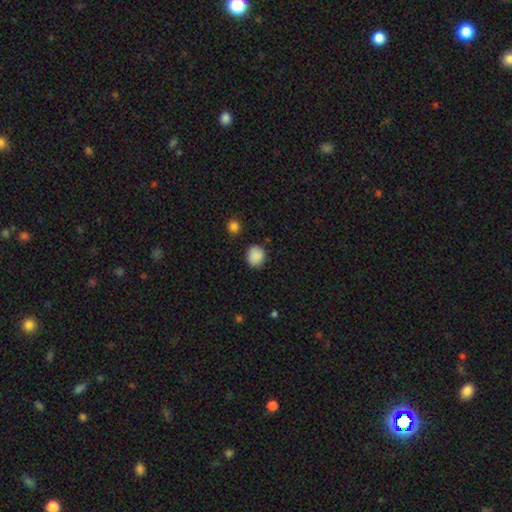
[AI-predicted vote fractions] A smooth galaxy with no disk features (88%) that is round (79%).

Vote fractions:
- Smooth or featured? smooth: 88% / star or artifact: 9% / featured or disk: 3%
- How rounded? round: 79% / in between: 21% / cigar-shaped: 1%
- Merging? none: 85% / minor disturbance: 11% / major disturbance: 3% / merger: 2%